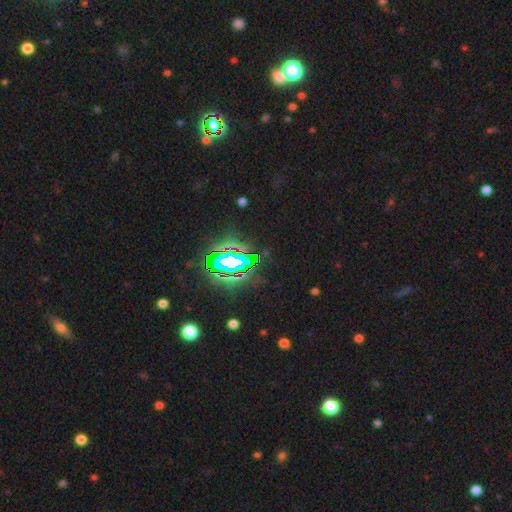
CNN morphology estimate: Overall: star or artifact (79%).